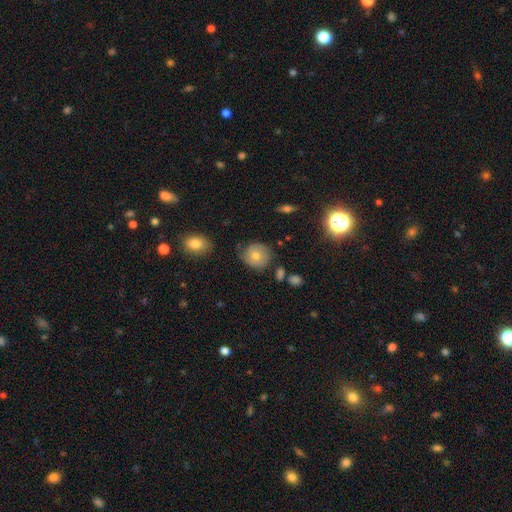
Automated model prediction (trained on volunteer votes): Smooth or featured?
  - smooth: 61% *
  - featured or disk: 24%
  - star or artifact: 15%
How rounded?
  - round: 87% *
  - in between: 12%
  - cigar-shaped: 1%
Merging?
  - none: 74% *
  - minor disturbance: 18%
  - major disturbance: 4%
  - merger: 3%